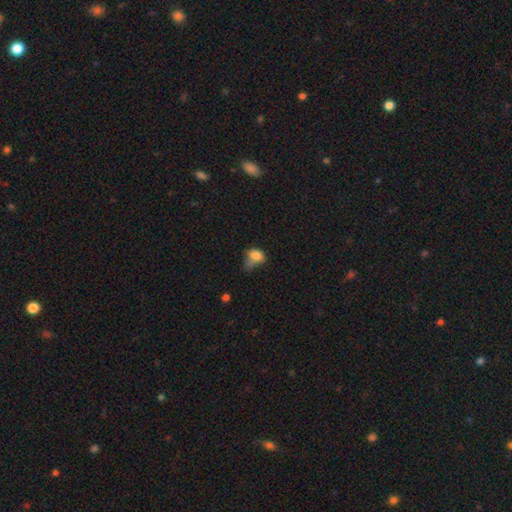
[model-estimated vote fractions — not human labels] A smooth galaxy with no disk features (77%) that is in between round and cigar-shaped (69%). Merging: minor disturbance (33%).